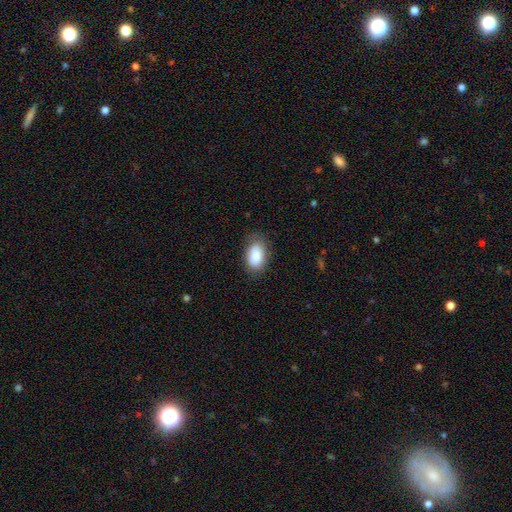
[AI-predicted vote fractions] smooth 86%, featured or disk 7%, star or artifact 7%. Down the decision tree: how rounded — in between (92%); merging — none (76%).